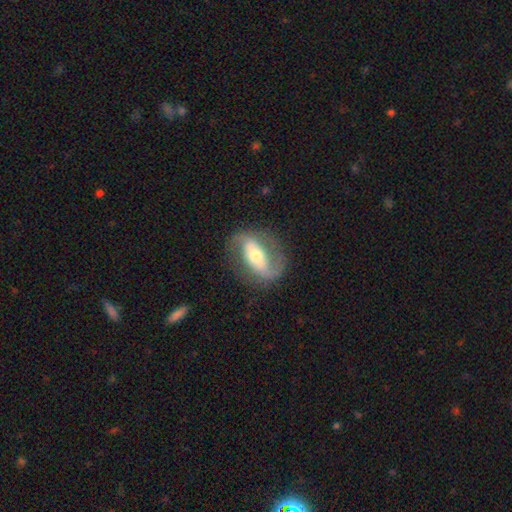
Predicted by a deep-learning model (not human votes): A featured or disk galaxy (80%) with a strong bar (48%), 2 (87%) medium (42%) spiral arms (88%) and a moderate central bulge (59%). Merging: none (76%).